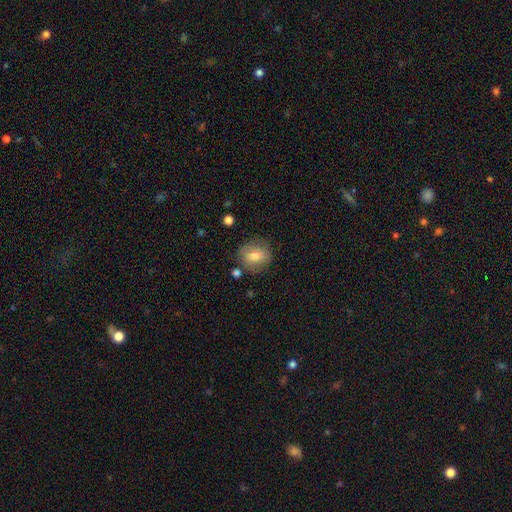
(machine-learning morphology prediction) Smooth or featured? smooth (71%)
How rounded? round (61%)
Merging? none (76%)